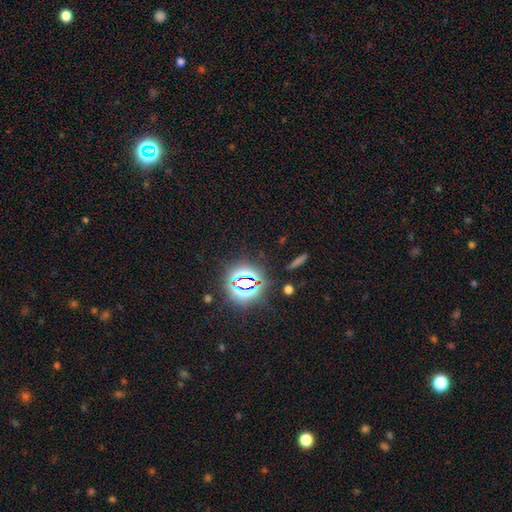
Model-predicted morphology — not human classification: This is clearly a star or artifact rather than a galaxy (83%).